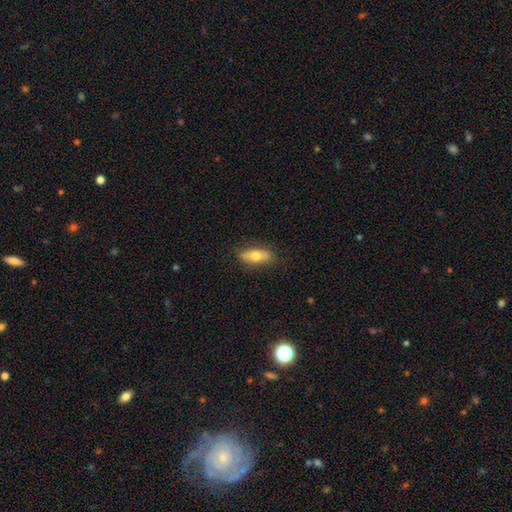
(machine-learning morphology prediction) Smooth or featured?
  - smooth: 62% *
  - featured or disk: 31%
  - star or artifact: 7%
How rounded?
  - in between: 65% *
  - cigar-shaped: 32%
  - round: 3%
Merging?
  - none: 82% *
  - minor disturbance: 14%
  - major disturbance: 3%
  - merger: 1%